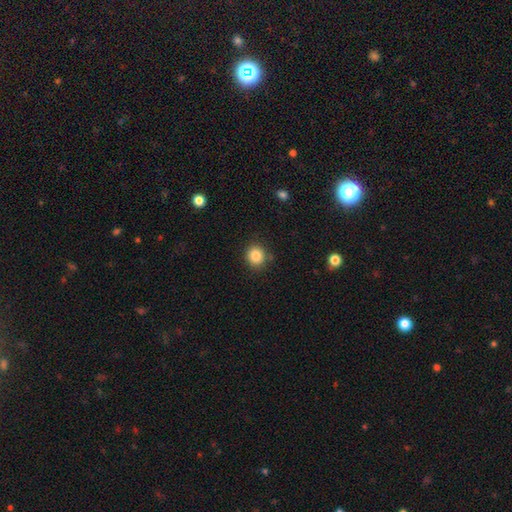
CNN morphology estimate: This appears to be a smooth galaxy with no disk features (85%) that is round (87%). Merging: none (85%).